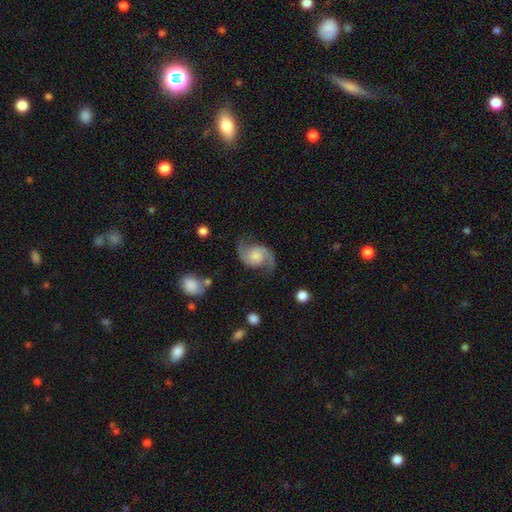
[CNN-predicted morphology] Q: Smooth or featured?
A: featured or disk (89%); runner-up: smooth (6%)
Q: Edge-on disk?
A: no (98%); runner-up: yes (2%)
Q: Bar?
A: no (66%); runner-up: weak (29%)
Q: Spiral arms?
A: yes (98%); runner-up: no (2%)
Q: Spiral winding?
A: medium (50%); runner-up: loose (37%)
Q: Spiral arm count?
A: 2 (94%); runner-up: can't tell (2%)
Q: Bulge size?
A: moderate (39%); runner-up: small (27%)
Q: Merging?
A: none (76%); runner-up: minor disturbance (15%)